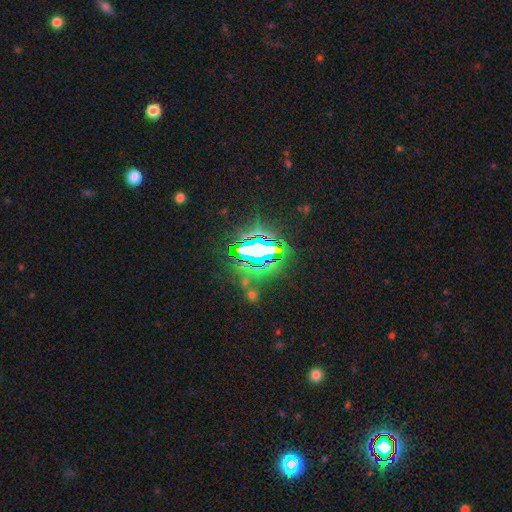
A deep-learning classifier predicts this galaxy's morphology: Smooth or featured?
  - star or artifact: 79% *
  - smooth: 11%
  - featured or disk: 10%